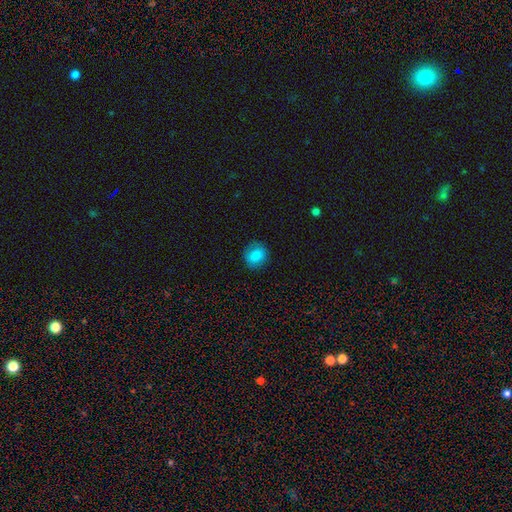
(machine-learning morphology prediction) Overall: smooth (82%). How rounded: round (81%). Merging: none (87%).